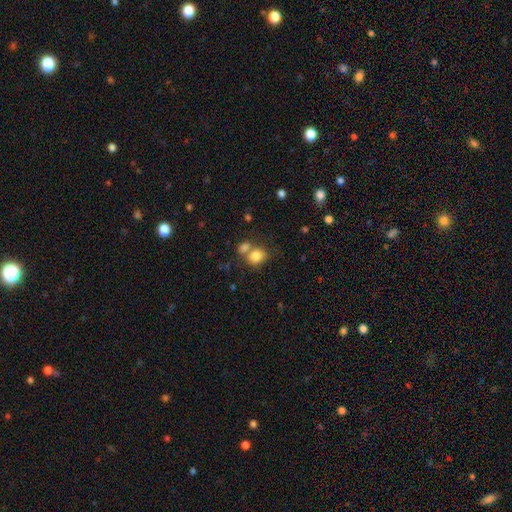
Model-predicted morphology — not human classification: A smooth galaxy with no disk features (82%) that is round (55%).

Vote fractions:
- Smooth or featured? smooth: 82% / star or artifact: 10% / featured or disk: 8%
- How rounded? round: 55% / in between: 44% / cigar-shaped: 1%
- Merging? none: 44% / merger: 41% / minor disturbance: 10% / major disturbance: 5%